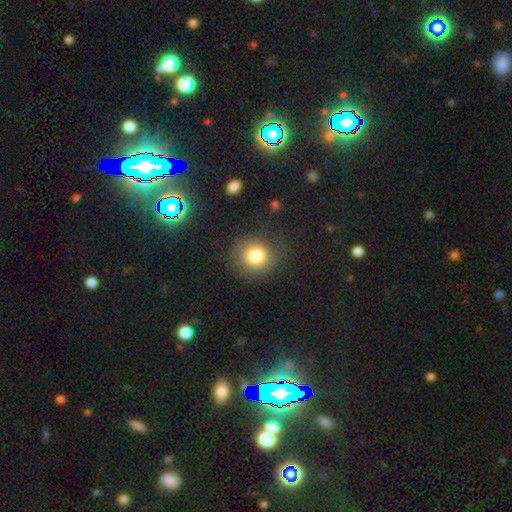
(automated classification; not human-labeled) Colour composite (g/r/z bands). It shows a smooth galaxy with no disk features (81%) that is round (88%). Merging: none (81%).